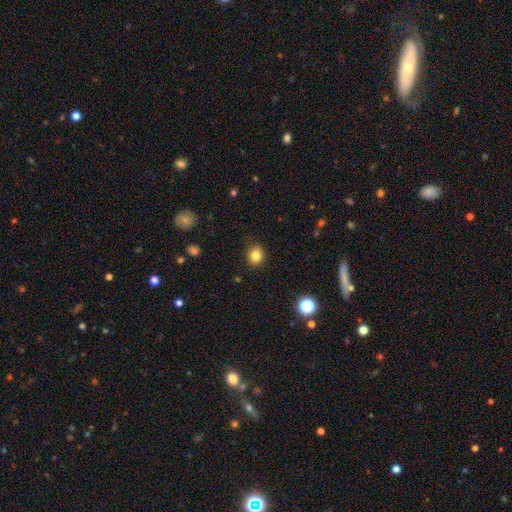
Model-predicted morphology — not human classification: The model was most divided on "how rounded": round: 71%, in between: 28%, cigar-shaped: 1%. More confident: merging — none (89%); smooth or featured — smooth (82%).